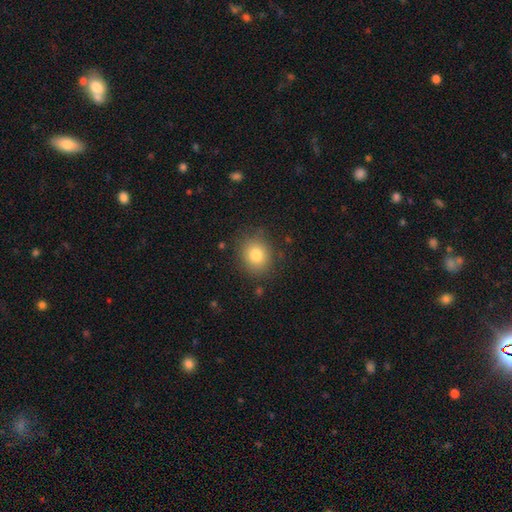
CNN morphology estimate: A smooth galaxy with no disk features (81%) that is round (74%). Merging: none (85%).